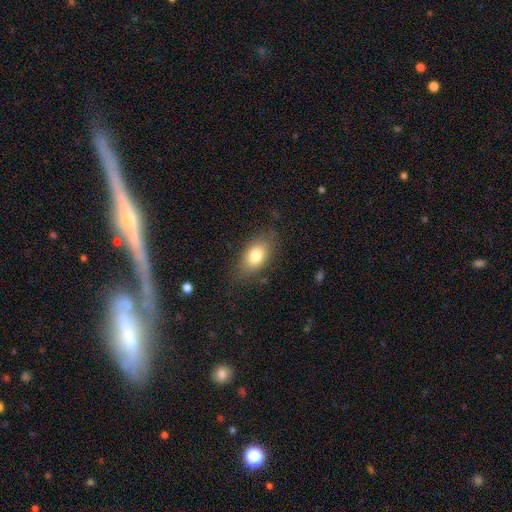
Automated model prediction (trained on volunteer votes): This appears to be a smooth galaxy with no disk features (78%) that is in between round and cigar-shaped (86%). Merging: none (78%).